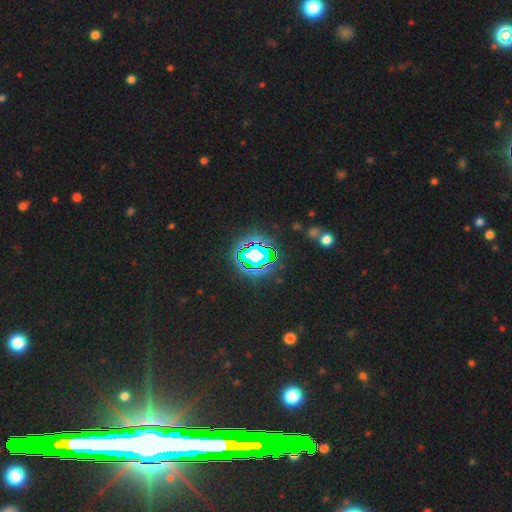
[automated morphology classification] smooth-or-featured: star or artifact: 73% | smooth: 15% | featured or disk: 12%